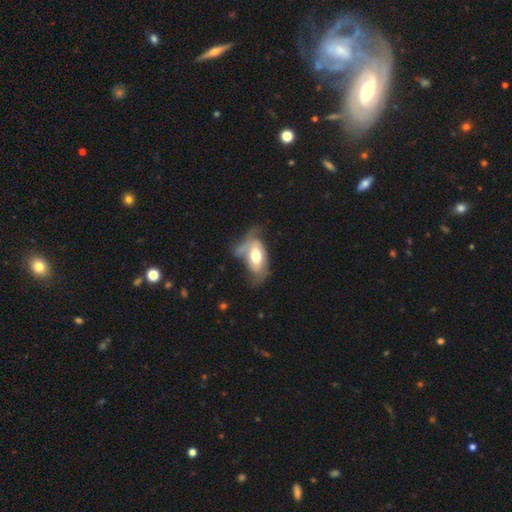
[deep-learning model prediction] smooth_or_featured: smooth (p=0.54) [alt: featured or disk p=0.39]
how_rounded: in between (p=0.90) [alt: cigar-shaped p=0.05]
merging: major disturbance (p=0.30) [alt: minor disturbance p=0.29]